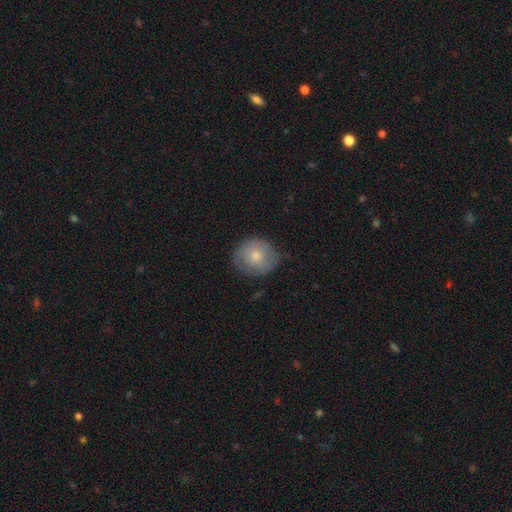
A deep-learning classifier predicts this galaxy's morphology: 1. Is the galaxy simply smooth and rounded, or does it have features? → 64% smooth, 29% featured or disk, 7% star or artifact.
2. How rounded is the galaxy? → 85% round, 14% in between, 1% cigar-shaped.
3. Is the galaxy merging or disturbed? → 69% none, 23% minor disturbance, 6% major disturbance, 1% merger.